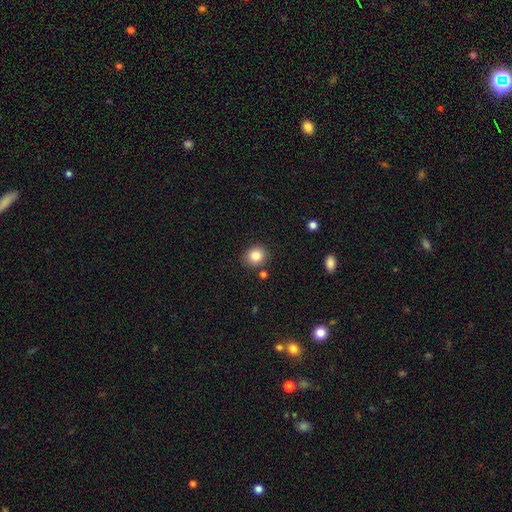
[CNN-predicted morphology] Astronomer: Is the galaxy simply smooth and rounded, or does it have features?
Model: smooth — 83%.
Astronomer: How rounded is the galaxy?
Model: round — 79%.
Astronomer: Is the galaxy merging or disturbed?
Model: none — 84%.